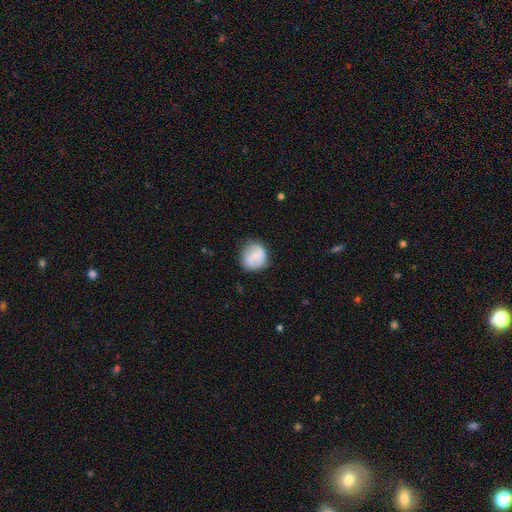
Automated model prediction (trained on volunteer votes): Smooth or featured? smooth (61%)
How rounded? round (83%)
Merging? none (71%)